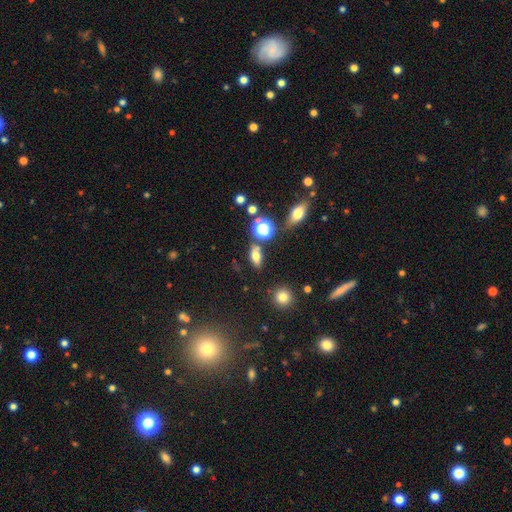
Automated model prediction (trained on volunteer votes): smooth 63%, featured or disk 20%, star or artifact 18%. Down the decision tree: how rounded — in between (73%); merging — none (75%).